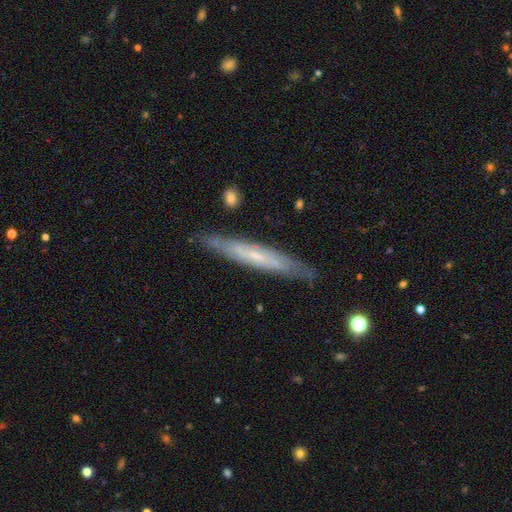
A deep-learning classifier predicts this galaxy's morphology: Smooth or featured? featured or disk (60%)
Edge-on disk? yes (76%)
Merging? none (83%)